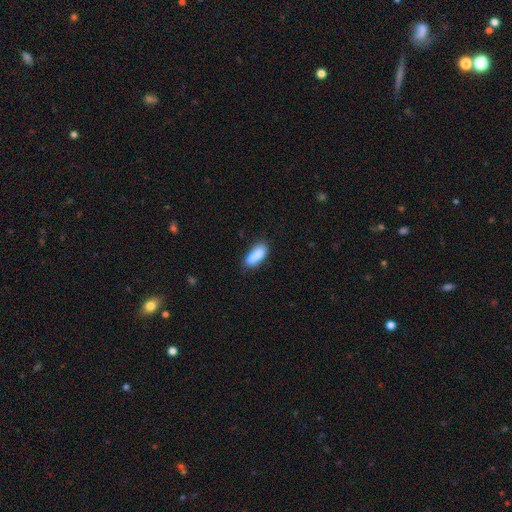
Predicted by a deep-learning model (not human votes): This is clearly a smooth galaxy (85%). How rounded: likely in between (62%). Merging: likely none (71%).